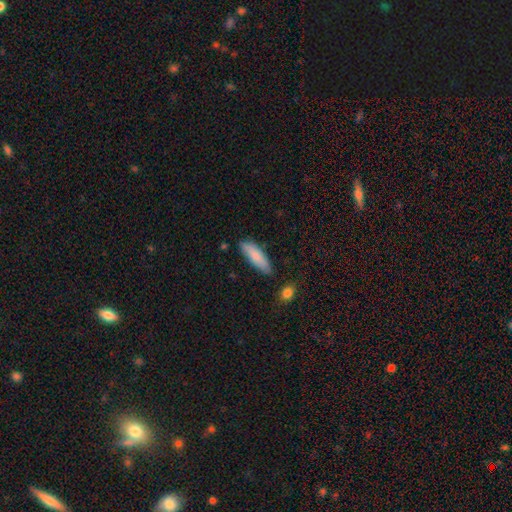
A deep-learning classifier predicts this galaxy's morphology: Smooth or featured?
  - smooth: 82% *
  - featured or disk: 13%
  - star or artifact: 6%
How rounded?
  - cigar-shaped: 52% *
  - in between: 47%
  - round: 2%
Merging?
  - none: 81% *
  - minor disturbance: 14%
  - merger: 3%
  - major disturbance: 2%